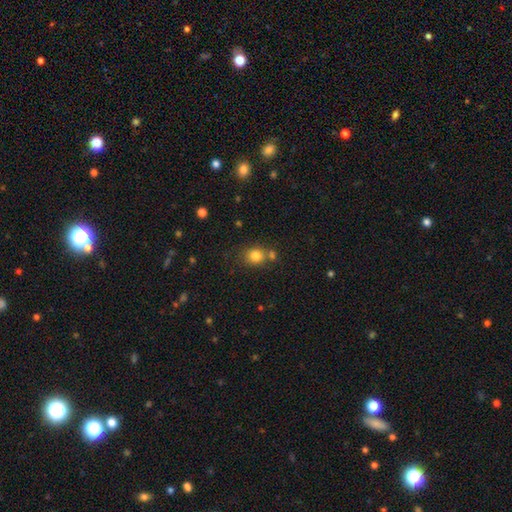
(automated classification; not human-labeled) This is clearly a smooth galaxy (81%). How rounded: likely round (74%). Merging: likely none (64%).